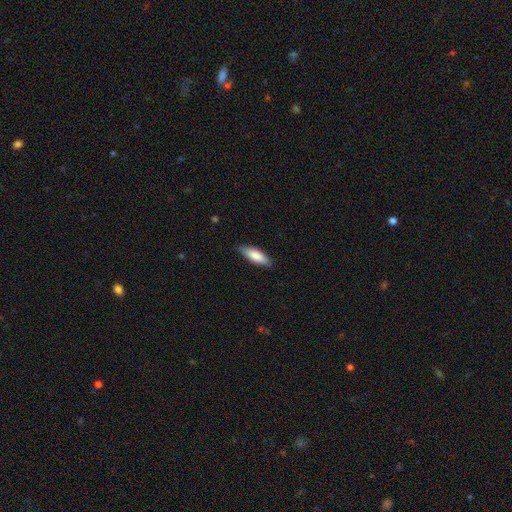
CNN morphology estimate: Smooth or featured? Predicted: smooth (p=0.81). How rounded? Predicted: in between (p=0.62). Merging? Predicted: none (p=0.82).